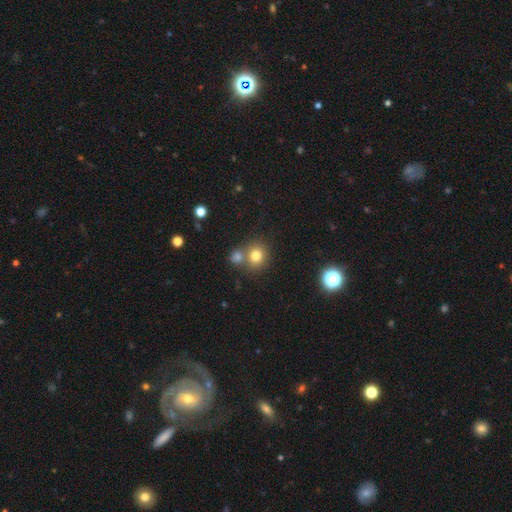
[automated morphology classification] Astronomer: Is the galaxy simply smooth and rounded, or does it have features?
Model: smooth — 77%.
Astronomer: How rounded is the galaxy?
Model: round — 84%.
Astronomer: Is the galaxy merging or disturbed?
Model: none — 58%.